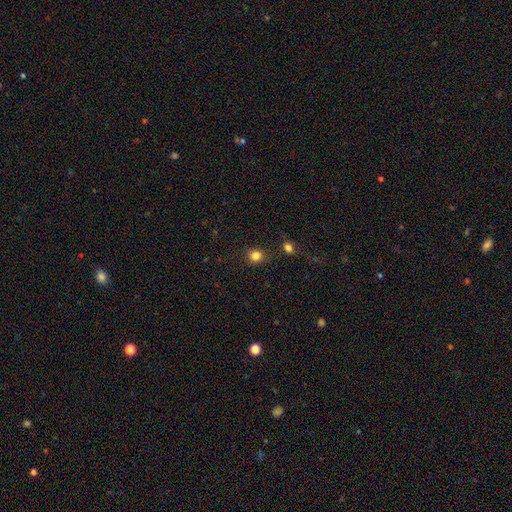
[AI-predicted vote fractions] Morphology: type=smooth (82%); roundness=round (82%); merging=none (81%).